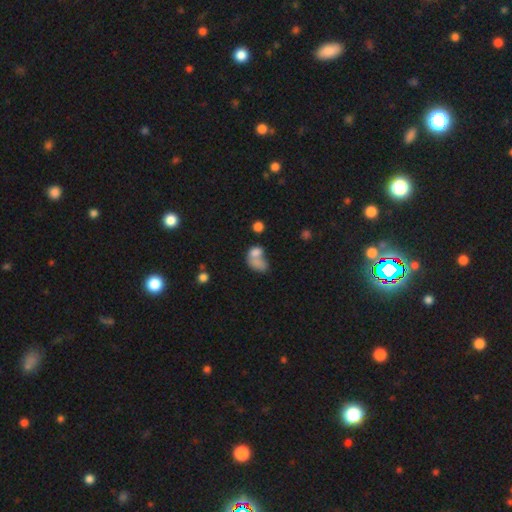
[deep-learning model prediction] Smooth or featured: smooth — 71% (featured or disk — 17%)
How rounded: in between — 76% (round — 22%)
Merging: merger — 57% (none — 19%)